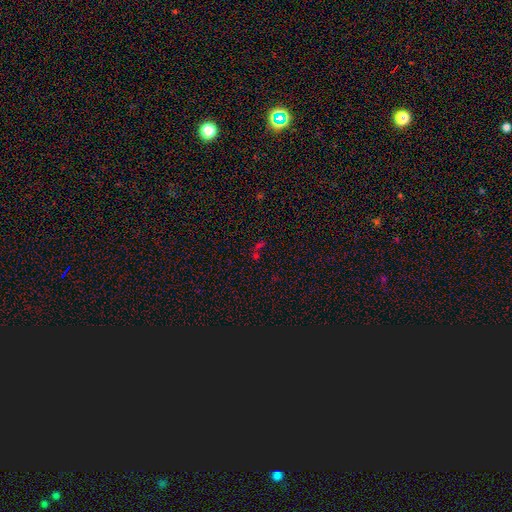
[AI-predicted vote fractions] Smooth or featured: star or artifact — 51% (smooth — 37%)